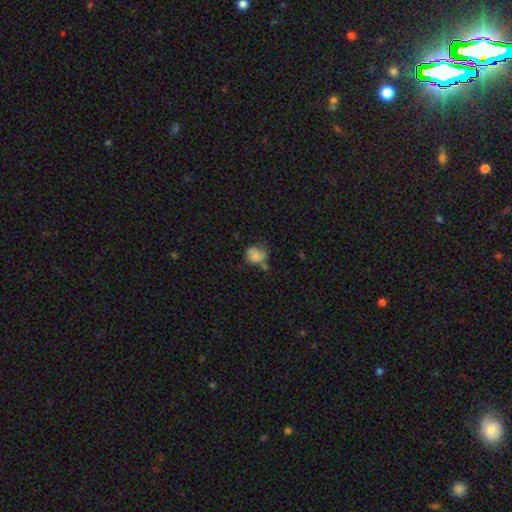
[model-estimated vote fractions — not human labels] This appears to be a smooth galaxy with no disk features (59%) that is round (63%). Merging: none (34%).